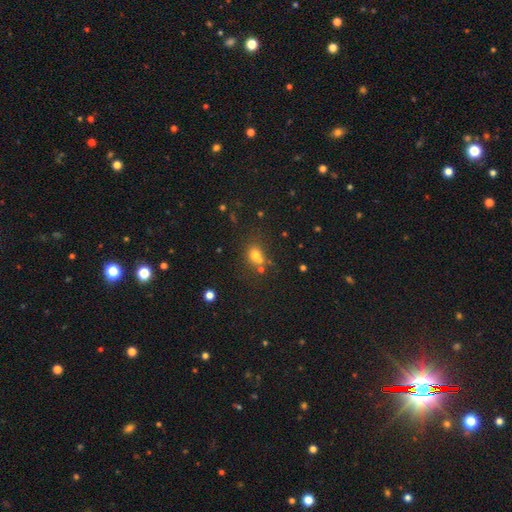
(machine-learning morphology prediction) smooth 68%, star or artifact 19%, featured or disk 13%. Down the decision tree: how rounded — round (65%); merging — none (52%).